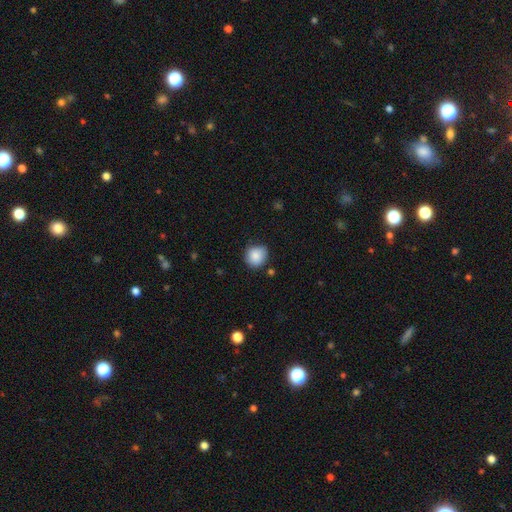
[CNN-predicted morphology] A smooth galaxy with no disk features (87%) that is round (86%). Merging: none (77%).